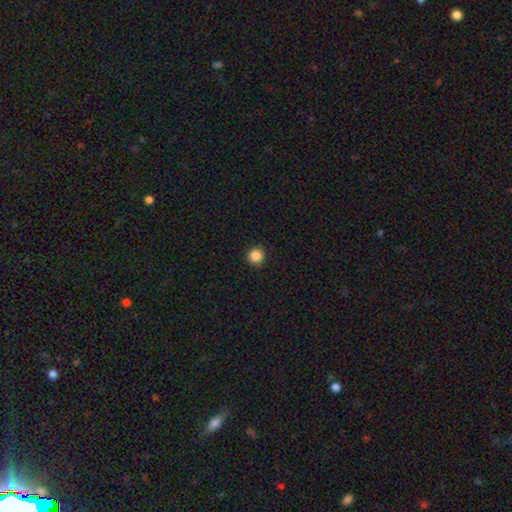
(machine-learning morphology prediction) This is clearly a smooth galaxy (86%). How rounded: clearly round (96%). Merging: clearly none (93%).